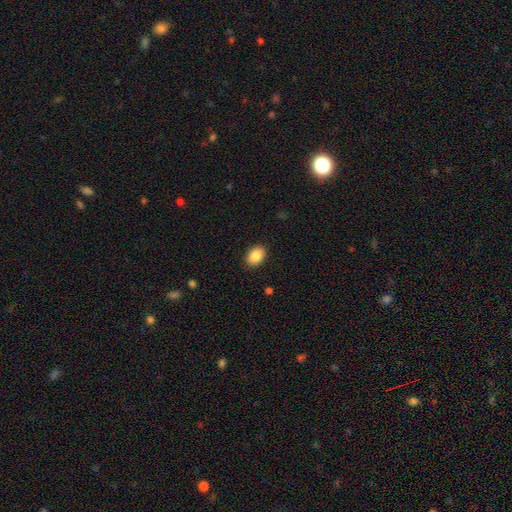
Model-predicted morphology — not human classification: A smooth galaxy with no disk features (88%) that is in between round and cigar-shaped (76%).

Vote fractions:
- Smooth or featured? smooth: 88% / star or artifact: 8% / featured or disk: 5%
- How rounded? in between: 76% / round: 23% / cigar-shaped: 1%
- Merging? none: 90% / minor disturbance: 7% / major disturbance: 2% / merger: 1%